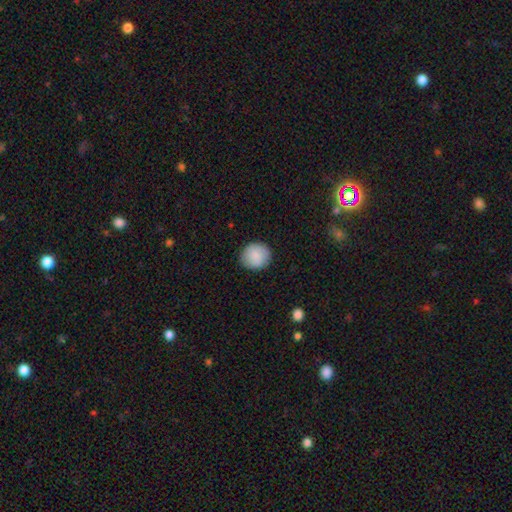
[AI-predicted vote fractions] Smooth or featured? Predicted: smooth (p=0.87). How rounded? Predicted: round (p=0.86). Merging? Predicted: none (p=0.89).